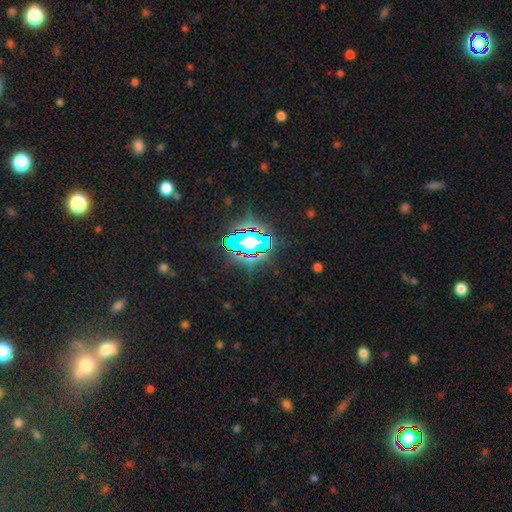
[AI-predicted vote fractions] Smooth or featured?
  - star or artifact: 60% *
  - smooth: 26%
  - featured or disk: 15%